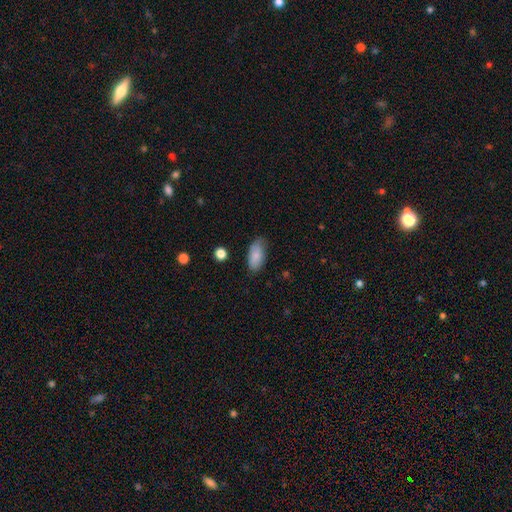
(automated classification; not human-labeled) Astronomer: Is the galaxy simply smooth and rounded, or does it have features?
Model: smooth — 85%.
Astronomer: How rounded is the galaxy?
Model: in between — 90%.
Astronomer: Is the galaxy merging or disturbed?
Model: none — 75%.